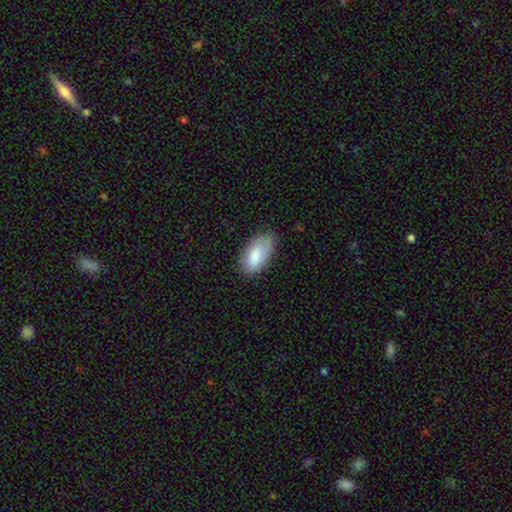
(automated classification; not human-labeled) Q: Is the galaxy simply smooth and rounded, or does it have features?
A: smooth — 82%.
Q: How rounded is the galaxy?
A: in between — 94%.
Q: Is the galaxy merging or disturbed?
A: none — 74%.